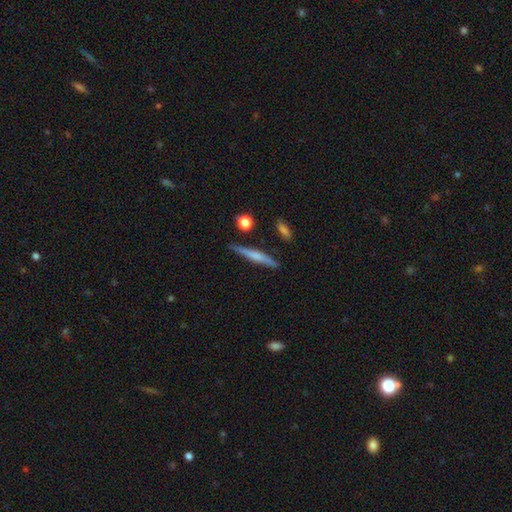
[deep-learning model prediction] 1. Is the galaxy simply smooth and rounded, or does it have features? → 47% smooth, 46% featured or disk, 7% star or artifact.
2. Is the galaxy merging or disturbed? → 83% none, 12% minor disturbance, 3% merger, 2% major disturbance.